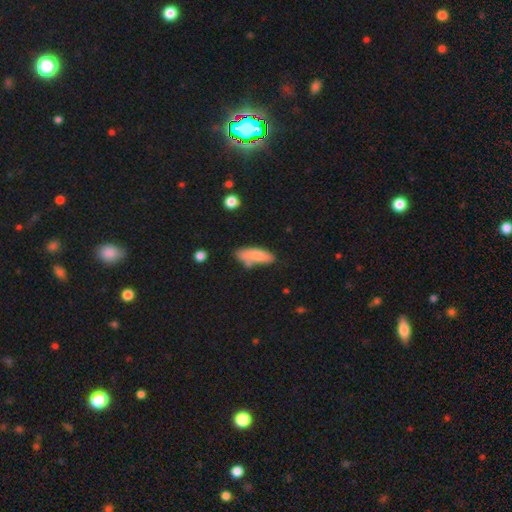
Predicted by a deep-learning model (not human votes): smooth-or-featured: smooth: 75% | featured or disk: 18% | star or artifact: 7%
  how-rounded: in between: 65% | cigar-shaped: 32% | round: 3%
  merging: none: 44% | minor disturbance: 26% | merger: 19% | major disturbance: 11%